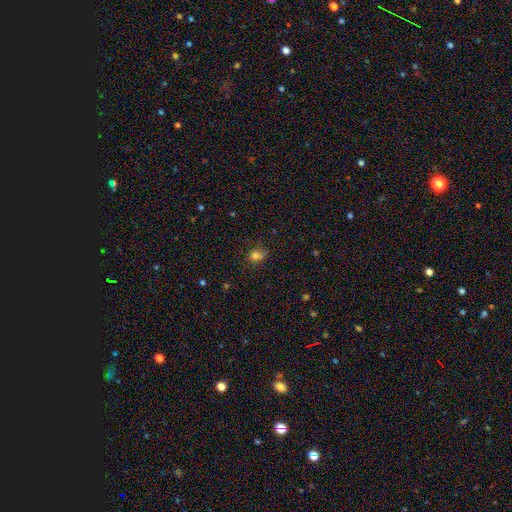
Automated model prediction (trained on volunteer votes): Smooth or featured?
  - smooth: 76% *
  - star or artifact: 16%
  - featured or disk: 9%
How rounded?
  - round: 59% *
  - in between: 40%
  - cigar-shaped: 1%
Merging?
  - none: 53% *
  - minor disturbance: 26%
  - merger: 11%
  - major disturbance: 10%